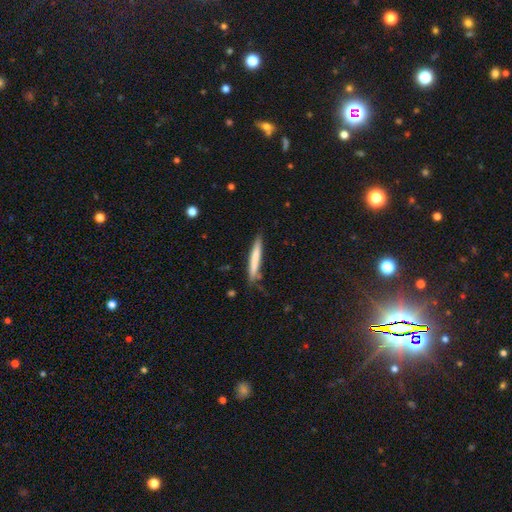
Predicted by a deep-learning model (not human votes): Smooth or featured? Predicted: smooth (p=0.67). How rounded? Predicted: cigar-shaped (p=0.96). Merging? Predicted: none (p=0.81).